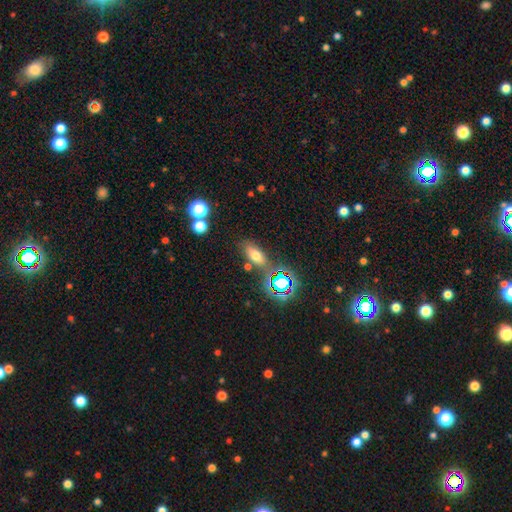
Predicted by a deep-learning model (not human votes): smooth_or_featured: smooth (p=0.63) [alt: star or artifact p=0.22]
how_rounded: in between (p=0.74) [alt: cigar-shaped p=0.15]
merging: none (p=0.72) [alt: minor disturbance p=0.13]